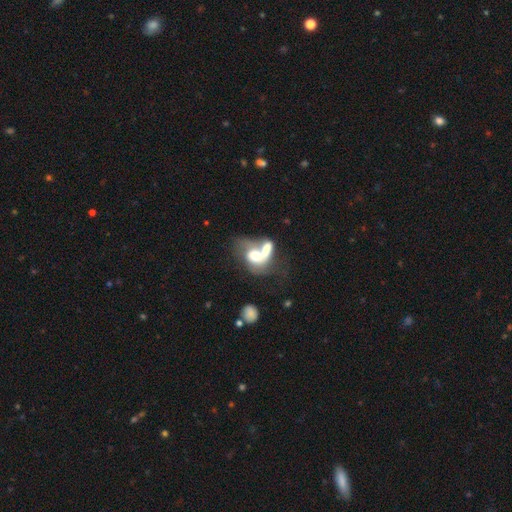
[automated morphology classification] type=smooth (47%); merging=merger (72%).